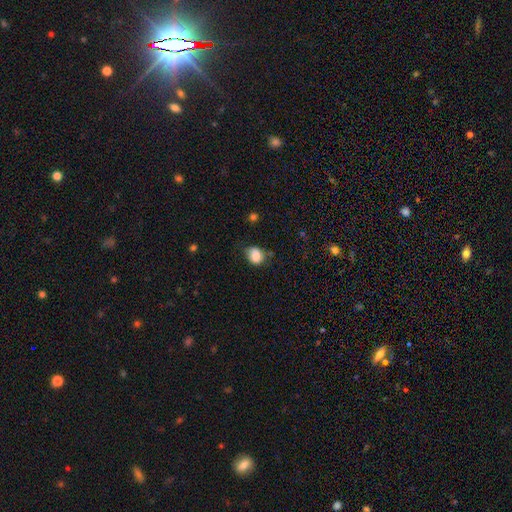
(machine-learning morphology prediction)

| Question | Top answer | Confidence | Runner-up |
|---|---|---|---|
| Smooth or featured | smooth | 85% | star or artifact (9%) |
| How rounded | round | 54% | in between (45%) |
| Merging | none | 60% | minor disturbance (30%) |